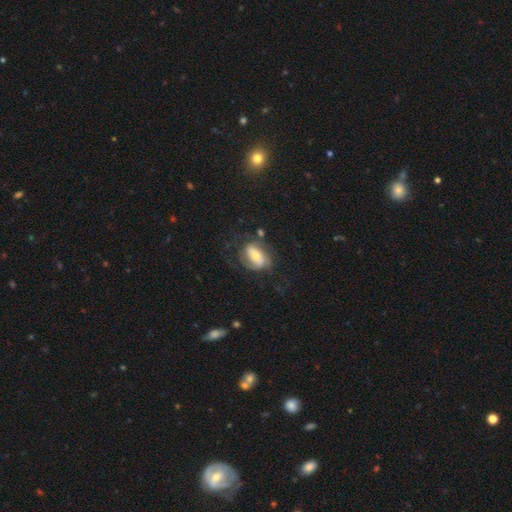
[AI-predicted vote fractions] A featured or disk galaxy (55%) with no bar (39%), spiral arms (76%) and a moderate central bulge (44%).

Vote fractions:
- Smooth or featured? featured or disk: 55% / smooth: 38% / star or artifact: 8%
- Edge-on disk? no: 94% / yes: 6%
- Bar? no: 39% / weak: 33% / strong: 28%
- Spiral arms? yes: 76% / no: 24%
- Bulge size? moderate: 44% / small: 41% / large: 10% / none: 3% / dominant: 2%
- Merging? none: 51% / minor disturbance: 23% / major disturbance: 22% / merger: 4%